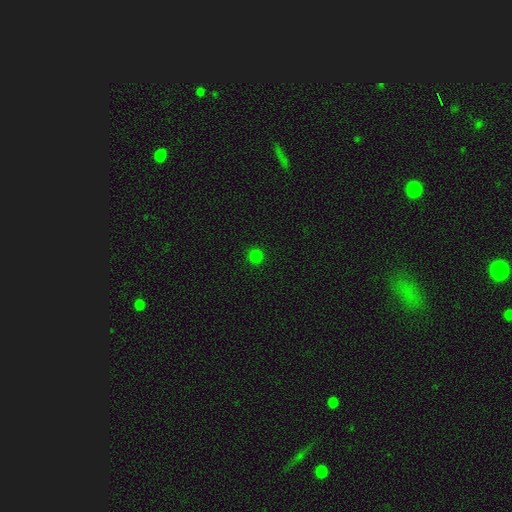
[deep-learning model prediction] This appears to be a smooth galaxy with no disk features (80%) that is round (94%). Merging: none (93%).